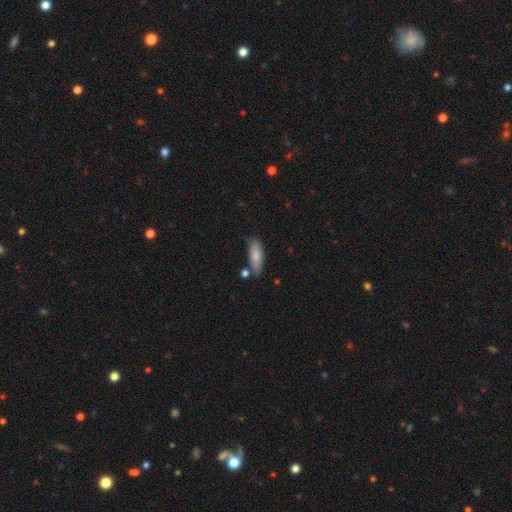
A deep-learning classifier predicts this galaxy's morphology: Q: Smooth or featured?
A: smooth (82%); runner-up: featured or disk (12%)
Q: How rounded?
A: in between (70%); runner-up: cigar-shaped (27%)
Q: Merging?
A: none (70%); runner-up: minor disturbance (19%)